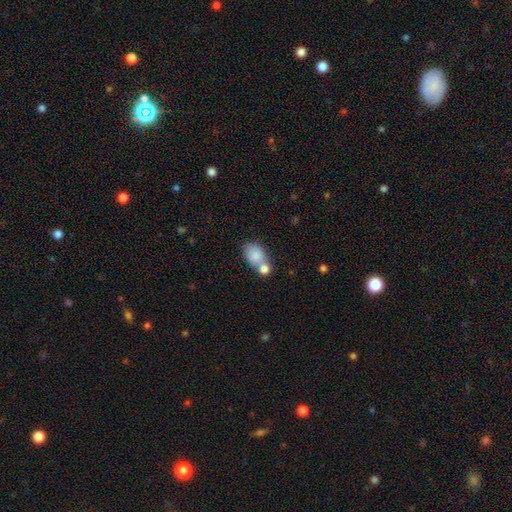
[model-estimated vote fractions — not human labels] This is clearly a smooth galaxy (81%). How rounded: clearly in between (82%). Merging: marginally none (42%).